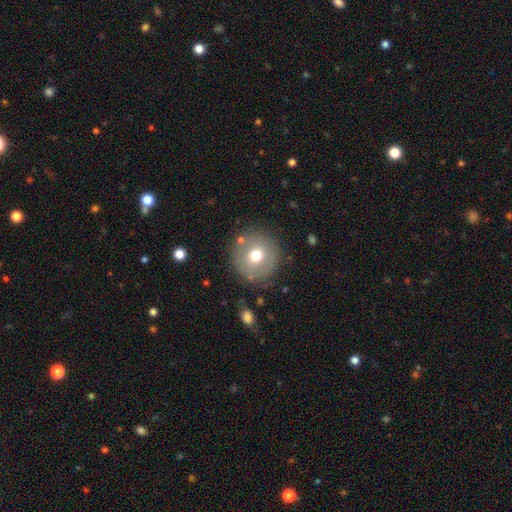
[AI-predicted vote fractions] This appears to be a smooth galaxy with no disk features (66%) that is round (94%). Merging: none (83%).